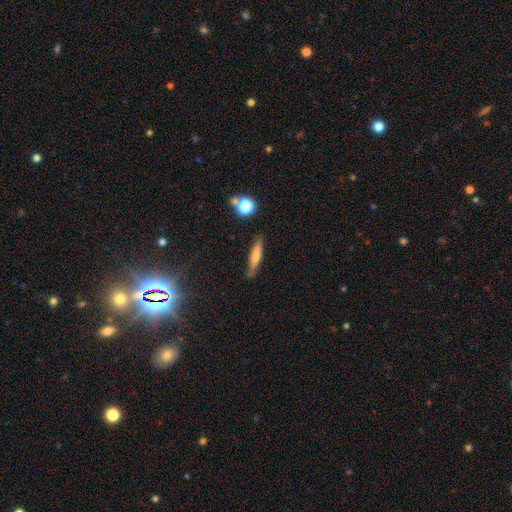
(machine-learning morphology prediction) Smooth or featured? Predicted: smooth (p=0.61). How rounded? Predicted: cigar-shaped (p=0.84). Merging? Predicted: none (p=0.78).